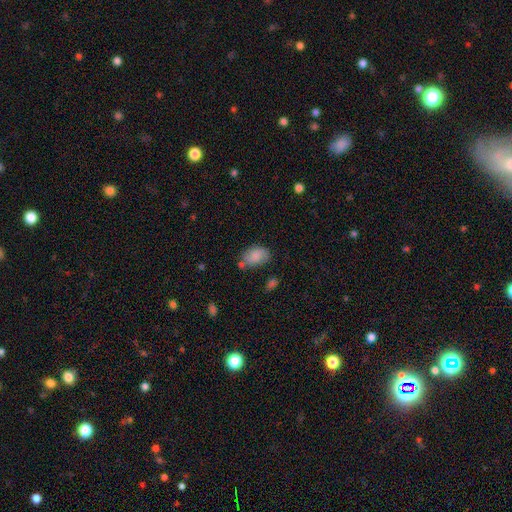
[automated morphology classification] This is clearly a smooth galaxy (81%). How rounded: clearly in between (88%). Merging: possibly none (56%).